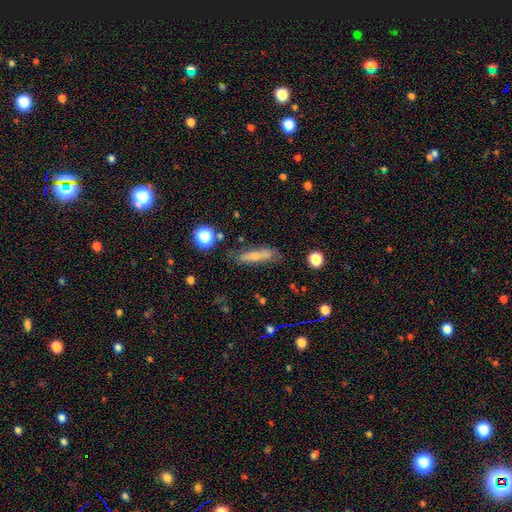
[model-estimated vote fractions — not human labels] Smooth or featured? smooth (61%)
How rounded? cigar-shaped (75%)
Merging? none (68%)